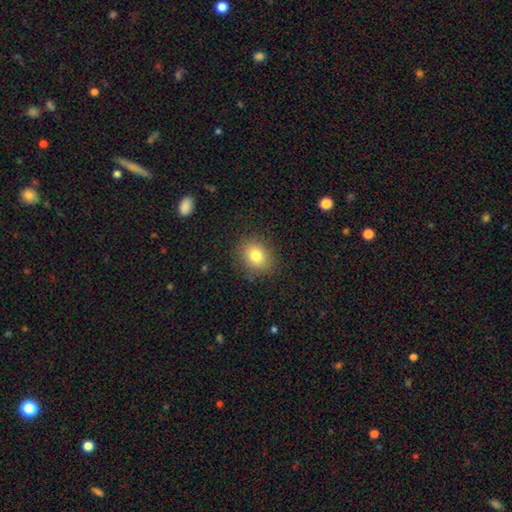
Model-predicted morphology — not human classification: A smooth galaxy with no disk features (80%) that is round (61%).

Vote fractions:
- Smooth or featured? smooth: 80% / star or artifact: 11% / featured or disk: 9%
- How rounded? round: 61% / in between: 38% / cigar-shaped: 1%
- Merging? none: 87% / minor disturbance: 9% / major disturbance: 3% / merger: 1%